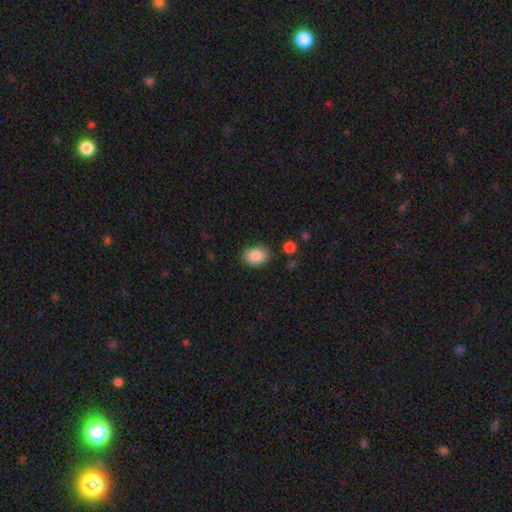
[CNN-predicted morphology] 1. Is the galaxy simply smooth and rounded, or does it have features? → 88% smooth, 7% star or artifact, 4% featured or disk.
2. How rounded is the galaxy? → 73% in between, 26% round, 1% cigar-shaped.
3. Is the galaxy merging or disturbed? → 82% none, 12% minor disturbance, 3% major disturbance, 2% merger.